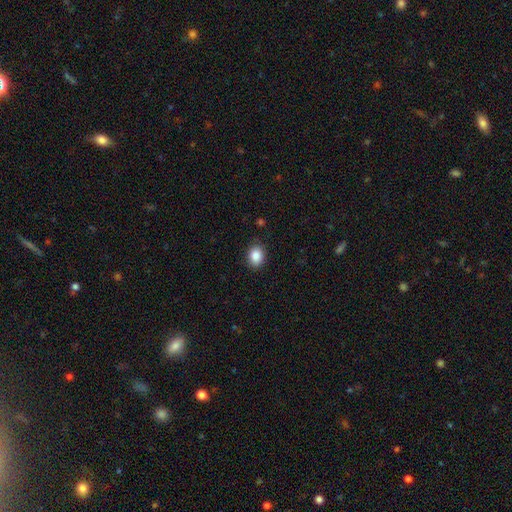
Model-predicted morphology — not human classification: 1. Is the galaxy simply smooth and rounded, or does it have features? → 87% smooth, 9% star or artifact, 4% featured or disk.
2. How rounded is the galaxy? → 57% in between, 42% round, 1% cigar-shaped.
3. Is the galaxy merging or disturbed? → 88% none, 9% minor disturbance, 2% major disturbance, 1% merger.